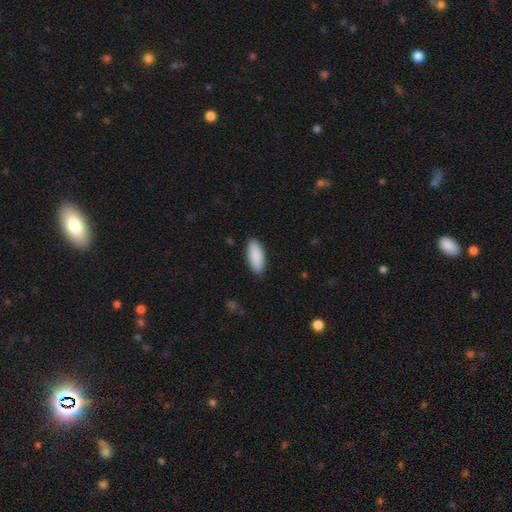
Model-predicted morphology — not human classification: smooth_or_featured: smooth (p=0.90) [alt: star or artifact p=0.06]
how_rounded: in between (p=0.79) [alt: cigar-shaped p=0.20]
merging: none (p=0.87) [alt: minor disturbance p=0.10]